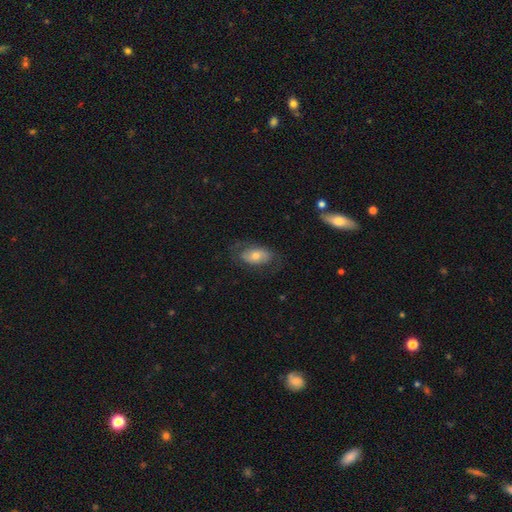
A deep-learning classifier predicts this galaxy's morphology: A smooth galaxy with no disk features (55%) that is in between round and cigar-shaped (89%).

Vote fractions:
- Smooth or featured? smooth: 55% / featured or disk: 38% / star or artifact: 7%
- How rounded? in between: 89% / round: 8% / cigar-shaped: 3%
- Merging? none: 68% / minor disturbance: 19% / major disturbance: 12% / merger: 1%